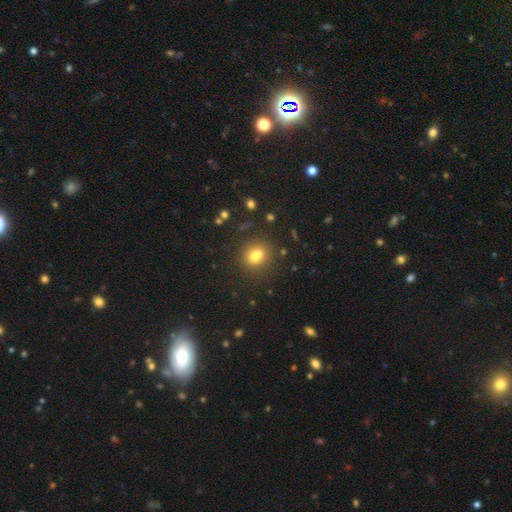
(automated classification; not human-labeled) A smooth galaxy with no disk features (80%) that is round (53%). Merging: none (80%).